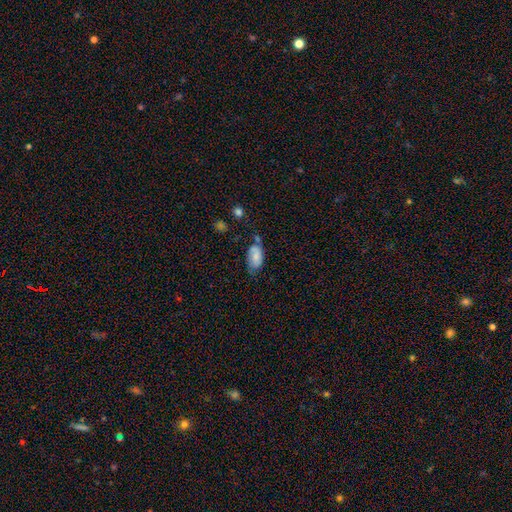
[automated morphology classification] A smooth galaxy with no disk features (70%) that is in between round and cigar-shaped (93%). Merging: none (48%).